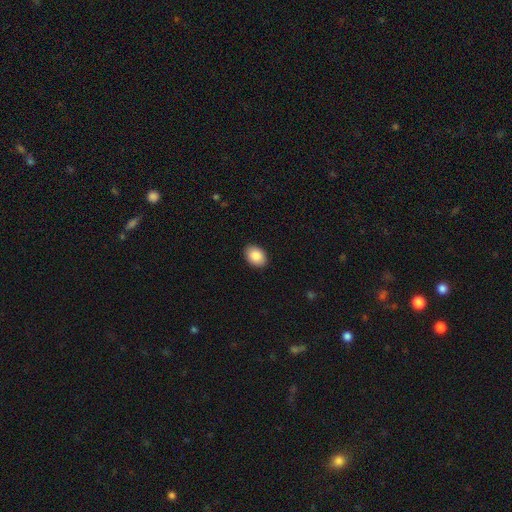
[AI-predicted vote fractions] smooth 87%, star or artifact 7%, featured or disk 6%. Down the decision tree: how rounded — in between (79%); merging — none (91%).